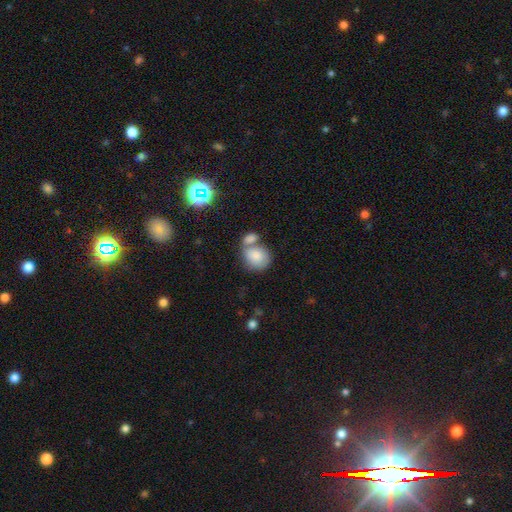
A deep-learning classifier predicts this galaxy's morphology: smooth 83%, featured or disk 10%, star or artifact 7%. Down the decision tree: how rounded — round (60%); merging — merger (51%).